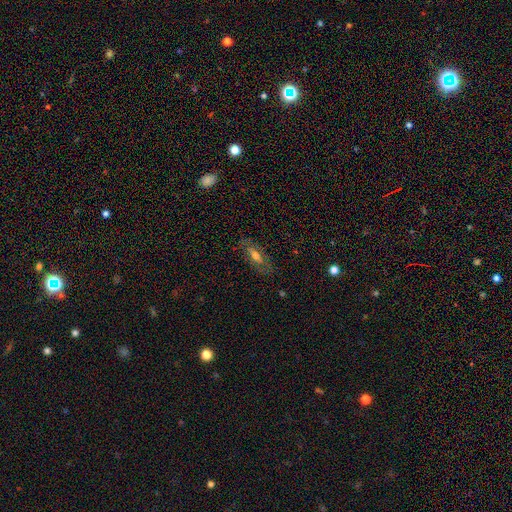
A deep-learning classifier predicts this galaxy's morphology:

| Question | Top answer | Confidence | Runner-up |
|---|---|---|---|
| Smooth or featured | featured or disk | 47% | smooth (45%) |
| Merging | none | 80% | minor disturbance (14%) |